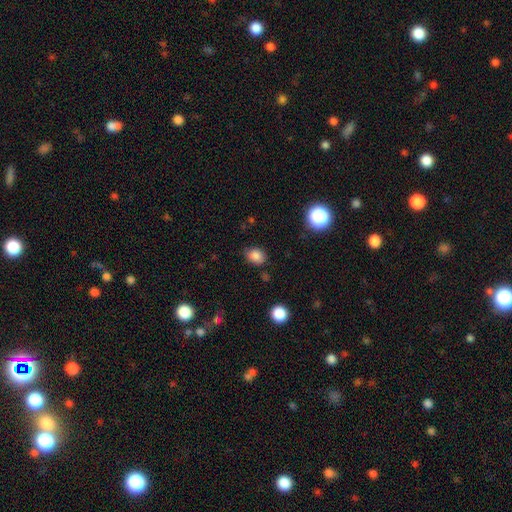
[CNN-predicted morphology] Smooth or featured? smooth (84%)
How rounded? in between (62%)
Merging? none (79%)